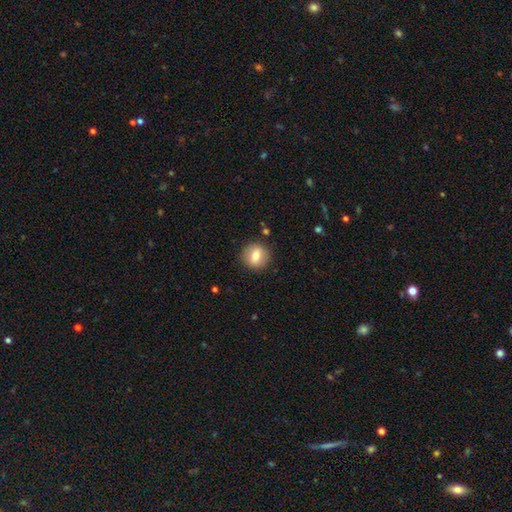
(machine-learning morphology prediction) A smooth galaxy with no disk features (72%) that is round (89%). Merging: none (89%).